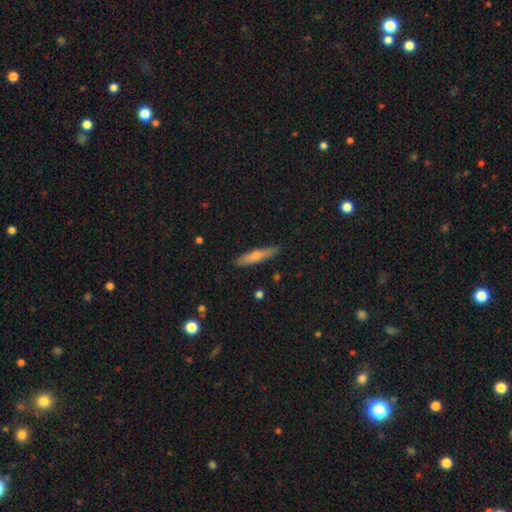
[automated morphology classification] Smooth or featured? smooth (51%)
How rounded? cigar-shaped (87%)
Merging? none (89%)